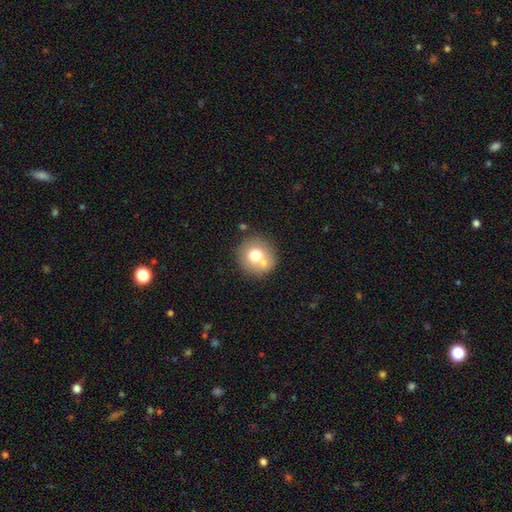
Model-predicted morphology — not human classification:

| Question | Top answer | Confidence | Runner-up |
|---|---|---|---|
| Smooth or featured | smooth | 69% | featured or disk (21%) |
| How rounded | round | 92% | in between (7%) |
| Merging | none | 65% | merger (21%) |